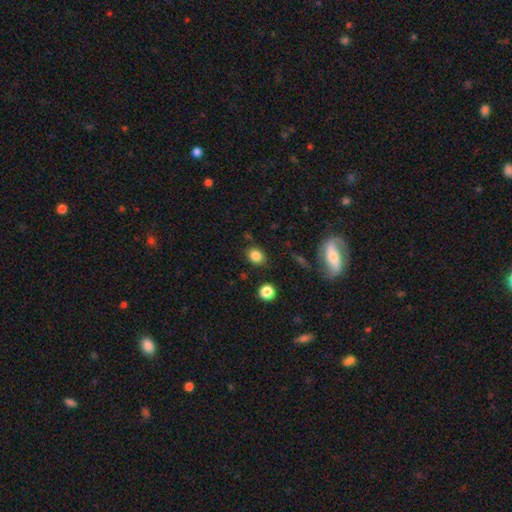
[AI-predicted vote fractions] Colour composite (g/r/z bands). It shows a smooth galaxy with no disk features (83%) that is round (51%). Merging: none (82%).